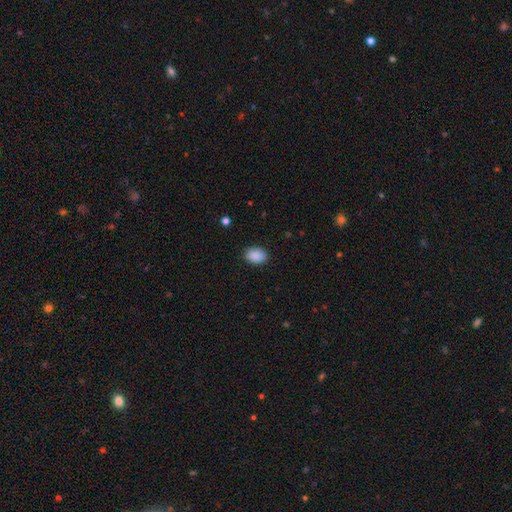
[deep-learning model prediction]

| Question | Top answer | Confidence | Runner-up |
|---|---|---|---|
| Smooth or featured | smooth | 90% | star or artifact (7%) |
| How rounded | in between | 77% | round (22%) |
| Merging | none | 88% | minor disturbance (9%) |